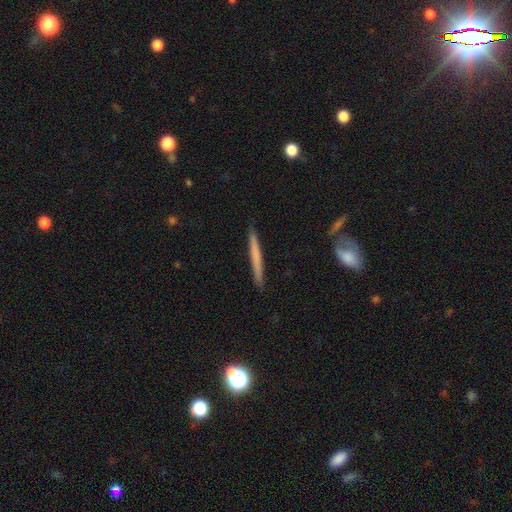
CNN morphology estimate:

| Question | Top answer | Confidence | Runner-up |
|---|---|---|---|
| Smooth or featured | smooth | 59% | featured or disk (35%) |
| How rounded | cigar-shaped | 97% | in between (2%) |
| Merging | none | 90% | minor disturbance (7%) |